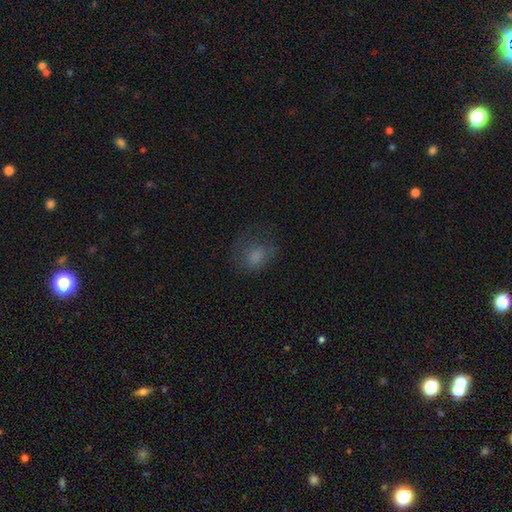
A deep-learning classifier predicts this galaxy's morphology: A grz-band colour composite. It shows a smooth galaxy with no disk features (66%) that is round (51%). Merging: none (52%).